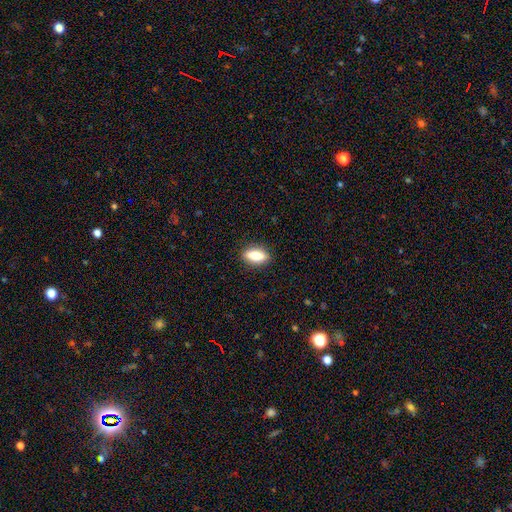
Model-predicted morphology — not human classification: This appears to be a smooth galaxy with no disk features (73%) that is in between round and cigar-shaped (78%). Merging: none (87%).